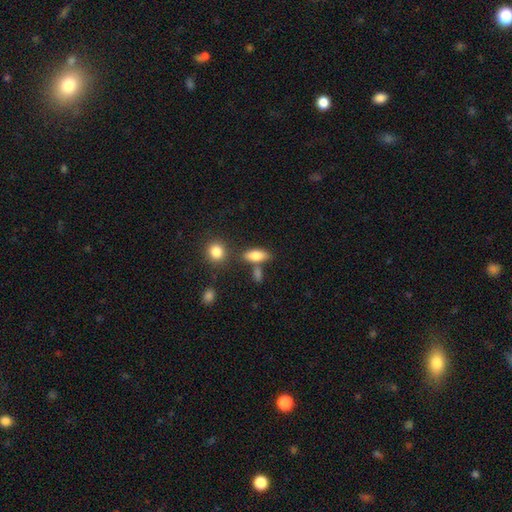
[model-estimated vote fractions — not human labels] A smooth galaxy with no disk features (81%) that is in between round and cigar-shaped (79%).

Vote fractions:
- Smooth or featured? smooth: 81% / featured or disk: 11% / star or artifact: 8%
- How rounded? in between: 79% / cigar-shaped: 15% / round: 6%
- Merging? none: 65% / merger: 16% / minor disturbance: 14% / major disturbance: 5%